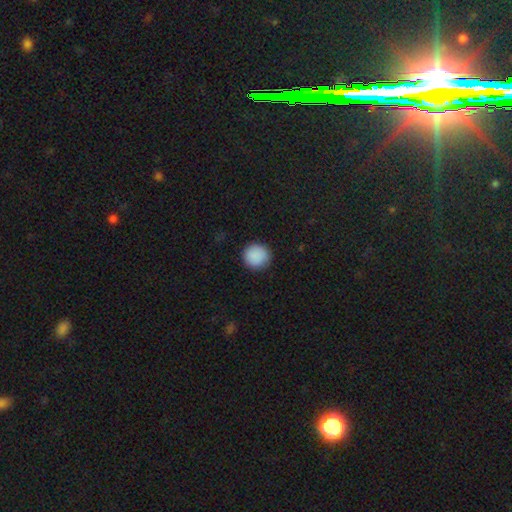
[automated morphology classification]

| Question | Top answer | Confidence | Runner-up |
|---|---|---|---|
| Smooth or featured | smooth | 90% | star or artifact (8%) |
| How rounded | round | 95% | in between (4%) |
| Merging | none | 91% | minor disturbance (6%) |